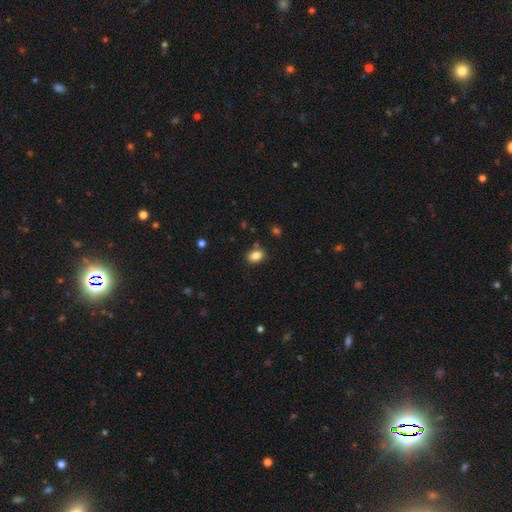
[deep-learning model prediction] Smooth or featured? Predicted: smooth (p=0.85). How rounded? Predicted: in between (p=0.71). Merging? Predicted: none (p=0.80).